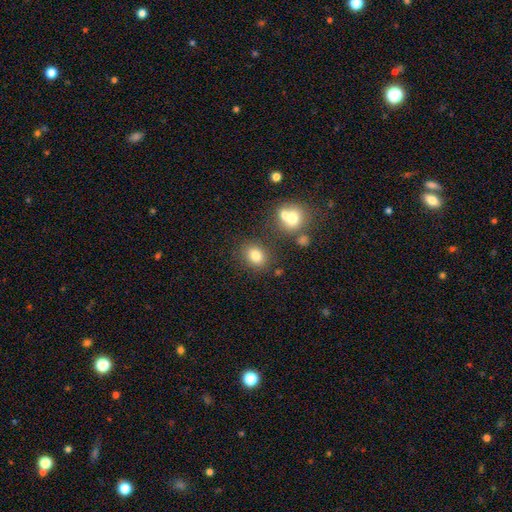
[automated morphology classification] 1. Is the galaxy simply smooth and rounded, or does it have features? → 80% smooth, 12% star or artifact, 8% featured or disk.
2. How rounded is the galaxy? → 51% round, 48% in between, 1% cigar-shaped.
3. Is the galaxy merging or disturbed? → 78% none, 11% minor disturbance, 8% merger, 4% major disturbance.